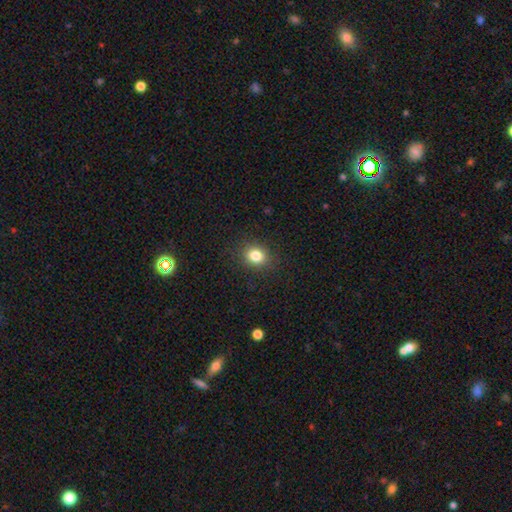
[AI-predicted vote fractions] smooth_or_featured: smooth (p=0.82) [alt: star or artifact p=0.12]
how_rounded: round (p=0.65) [alt: in between p=0.34]
merging: none (p=0.88) [alt: minor disturbance p=0.08]